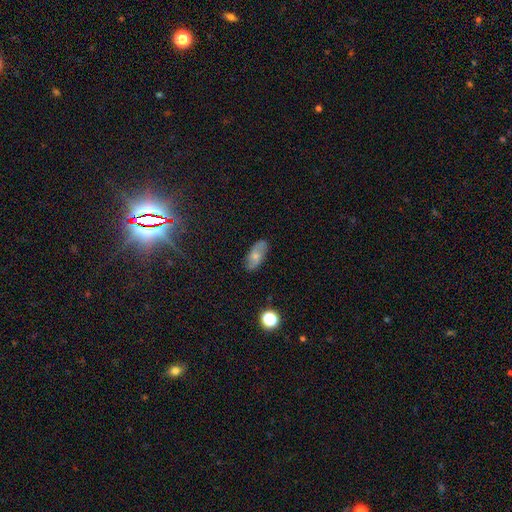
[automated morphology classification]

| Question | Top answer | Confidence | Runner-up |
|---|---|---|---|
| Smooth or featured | smooth | 58% | featured or disk (33%) |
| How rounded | in between | 89% | cigar-shaped (7%) |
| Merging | none | 82% | minor disturbance (14%) |